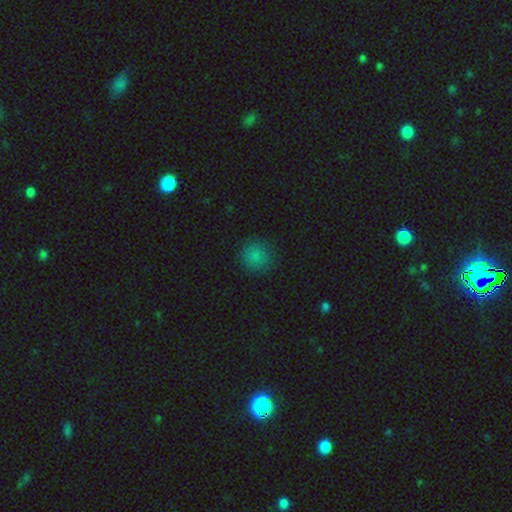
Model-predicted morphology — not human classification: This appears to be a smooth galaxy with no disk features (82%) that is round (93%). Merging: none (87%).